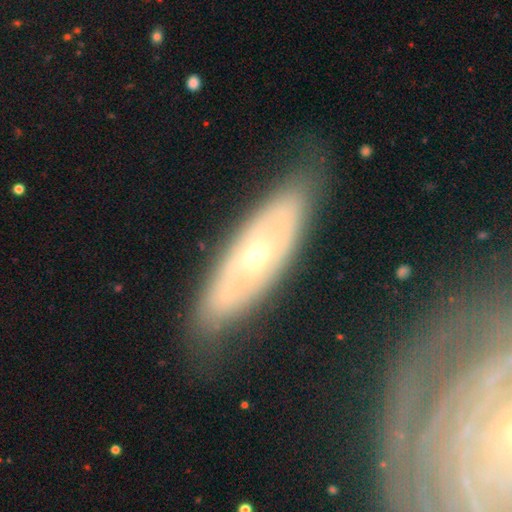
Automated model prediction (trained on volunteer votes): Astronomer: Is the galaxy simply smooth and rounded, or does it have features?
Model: featured or disk — 69%.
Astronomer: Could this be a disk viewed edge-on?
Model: no — 79%.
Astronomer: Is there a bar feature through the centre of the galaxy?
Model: no — 78%.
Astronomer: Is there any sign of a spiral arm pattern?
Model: no — 55% (runner-up: yes, 45%).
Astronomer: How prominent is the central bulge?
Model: small — 60% (runner-up: moderate, 36%).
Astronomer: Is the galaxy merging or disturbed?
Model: none — 79%.